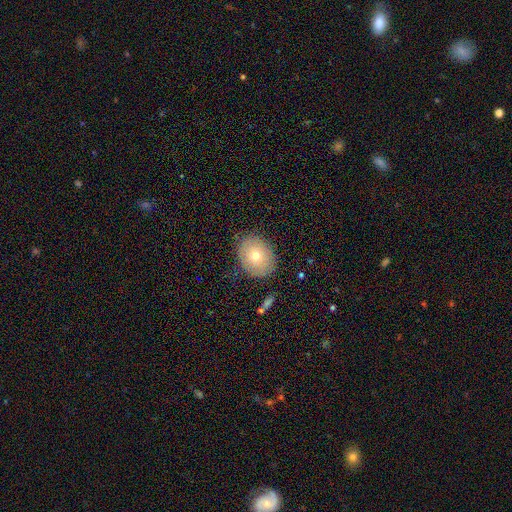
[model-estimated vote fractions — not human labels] smooth-or-featured: smooth: 70% | featured or disk: 22% | star or artifact: 9%
  how-rounded: in between: 51% | round: 48% | cigar-shaped: 1%
  merging: none: 85% | minor disturbance: 11% | major disturbance: 3% | merger: 1%